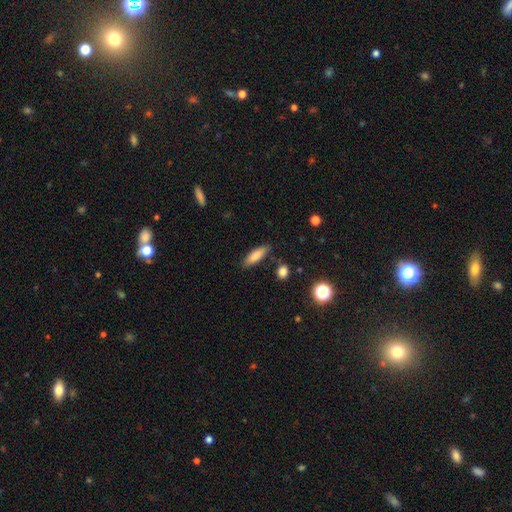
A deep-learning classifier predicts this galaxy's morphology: Smooth or featured?
  - smooth: 82% *
  - featured or disk: 11%
  - star or artifact: 7%
How rounded?
  - cigar-shaped: 49% * (tied)
  - in between: 49% * (tied)
  - round: 2%
Merging?
  - none: 80% *
  - minor disturbance: 14%
  - major disturbance: 3%
  - merger: 3%